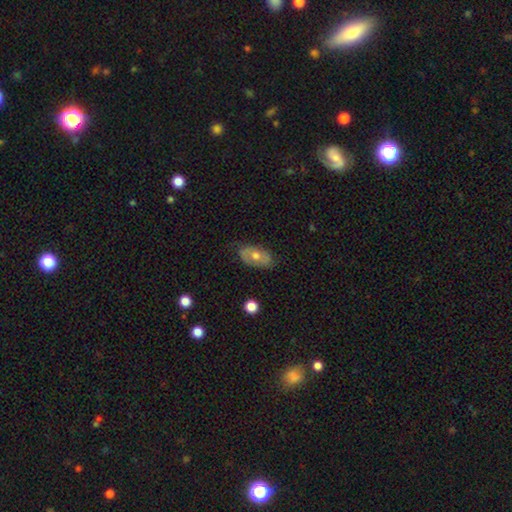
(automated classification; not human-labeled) Morphology: type=featured or disk (47%); merging=none (78%).